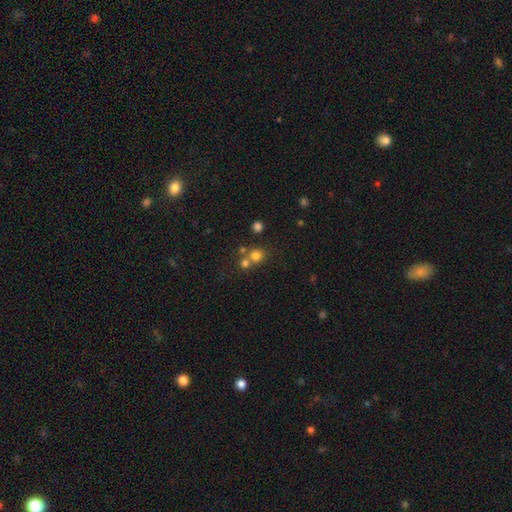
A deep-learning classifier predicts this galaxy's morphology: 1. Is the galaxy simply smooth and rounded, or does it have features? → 74% smooth, 17% star or artifact, 9% featured or disk.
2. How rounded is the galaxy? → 88% round, 11% in between, 1% cigar-shaped.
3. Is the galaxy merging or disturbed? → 55% none, 36% merger, 6% minor disturbance, 3% major disturbance.